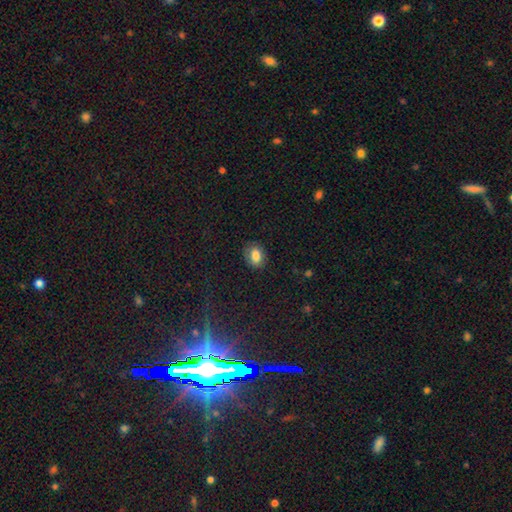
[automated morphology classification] Smooth or featured? Predicted: smooth (p=0.80). How rounded? Predicted: in between (p=0.70). Merging? Predicted: none (p=0.82).